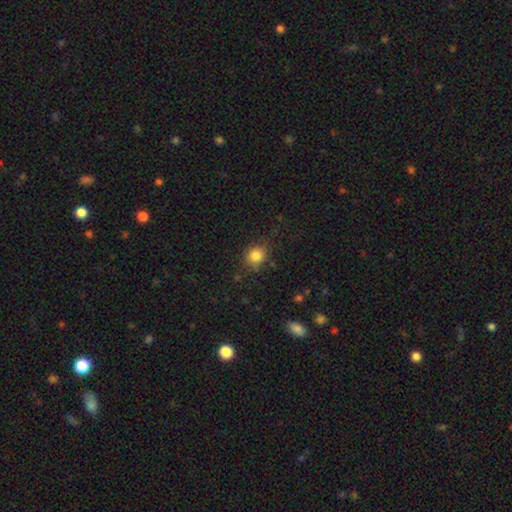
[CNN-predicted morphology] Overall: smooth (83%). How rounded: round (72%). Merging: none (78%).